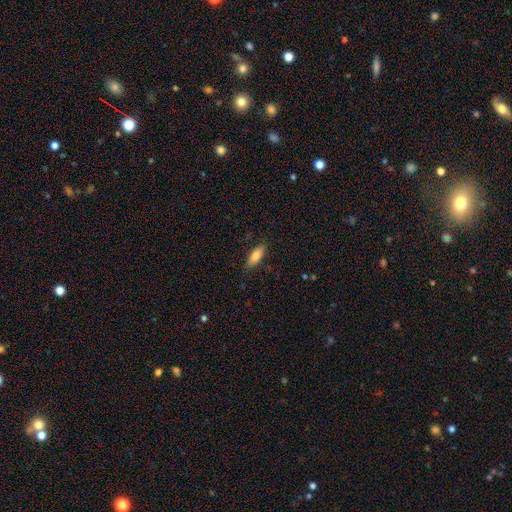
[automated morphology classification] type=smooth (81%); roundness=in between (72%); merging=none (83%).